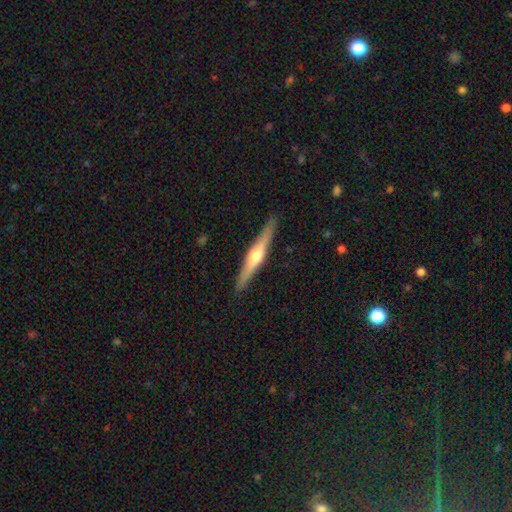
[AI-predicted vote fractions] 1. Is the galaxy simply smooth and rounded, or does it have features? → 68% featured or disk, 27% smooth, 5% star or artifact.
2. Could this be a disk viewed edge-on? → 97% yes, 3% no.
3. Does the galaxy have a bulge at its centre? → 92% rounded, 5% none, 4% boxy.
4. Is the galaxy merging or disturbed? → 91% none, 7% minor disturbance, 1% major disturbance, 1% merger.